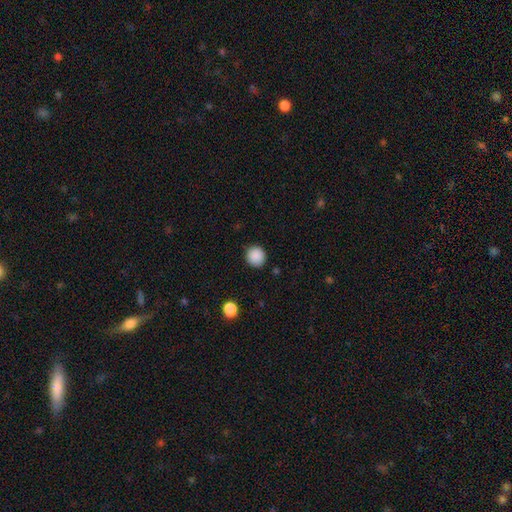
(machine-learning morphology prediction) The model was most divided on "smooth or featured": smooth: 88%, star or artifact: 9%, featured or disk: 2%. More confident: how rounded — round (94%); merging — none (90%).